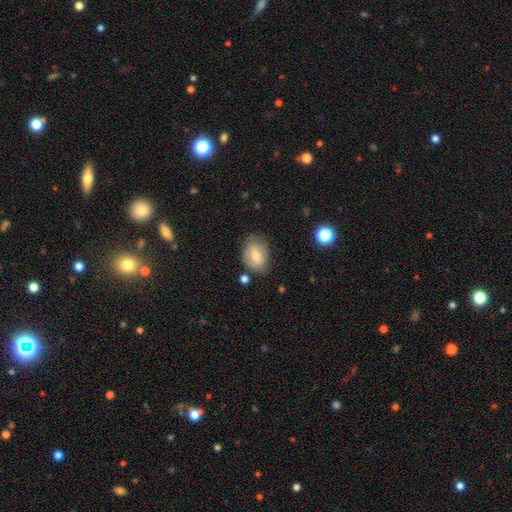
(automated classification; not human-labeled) Smooth or featured? Predicted: smooth (p=0.60). How rounded? Predicted: in between (p=0.70). Merging? Predicted: none (p=0.71).